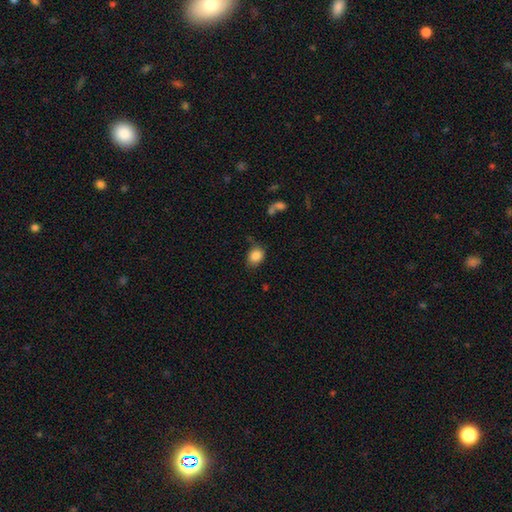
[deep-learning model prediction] This appears to be a smooth galaxy with no disk features (86%) that is round (52%). Merging: none (72%).